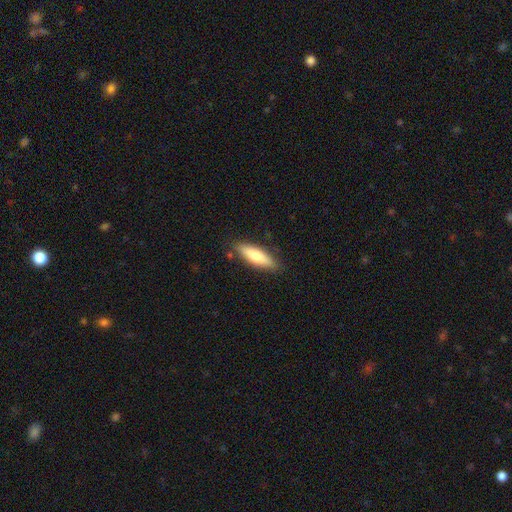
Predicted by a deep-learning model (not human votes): Q: Smooth or featured?
A: smooth (72%); runner-up: featured or disk (23%)
Q: How rounded?
A: cigar-shaped (56%); runner-up: in between (42%)
Q: Merging?
A: none (85%); runner-up: minor disturbance (11%)